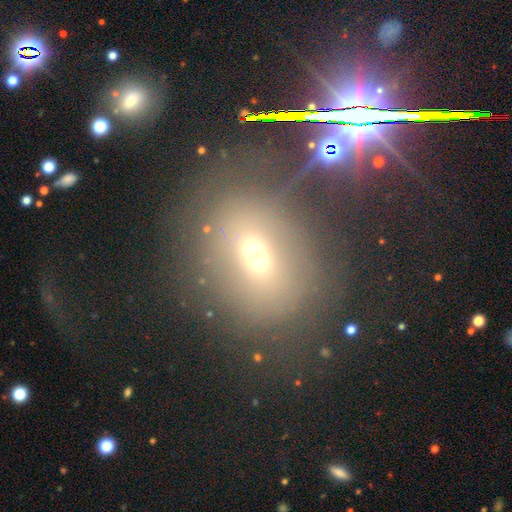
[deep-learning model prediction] Smooth or featured? Predicted: smooth (p=0.49). Merging? Predicted: none (p=0.76).